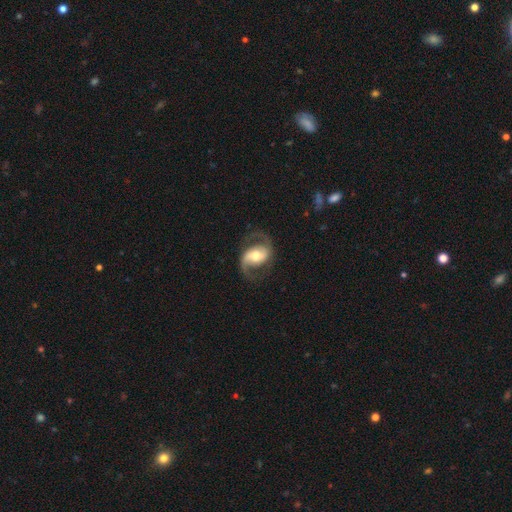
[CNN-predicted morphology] Overall: featured or disk (88%). Edge-on disk: no (97%). Bar: weak (40%; no 32%). Spiral arms: yes (96%). Spiral arm count: 2 (93%). Spiral winding: medium (49%; loose 40%). Bulge size: moderate (67%). Merging: none (78%).